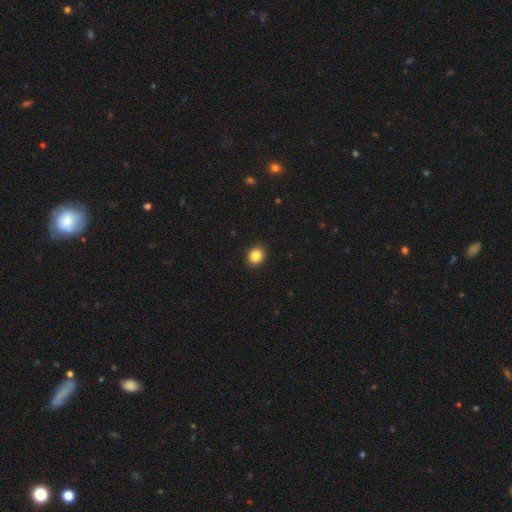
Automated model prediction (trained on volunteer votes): A smooth galaxy with no disk features (86%) that is round (59%). Merging: none (91%).